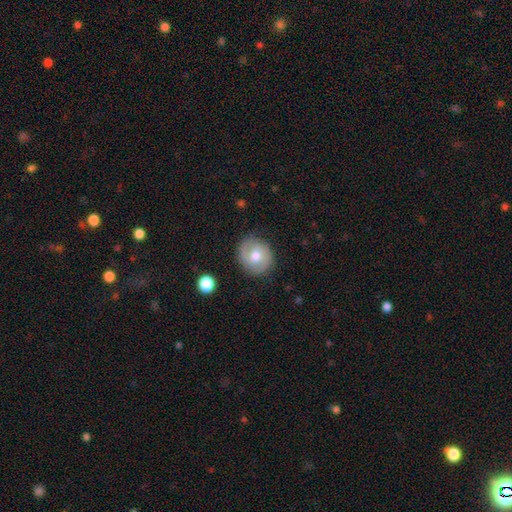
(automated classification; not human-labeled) This appears to be a smooth galaxy with no disk features (50%) that is round (73%). Merging: none (79%).